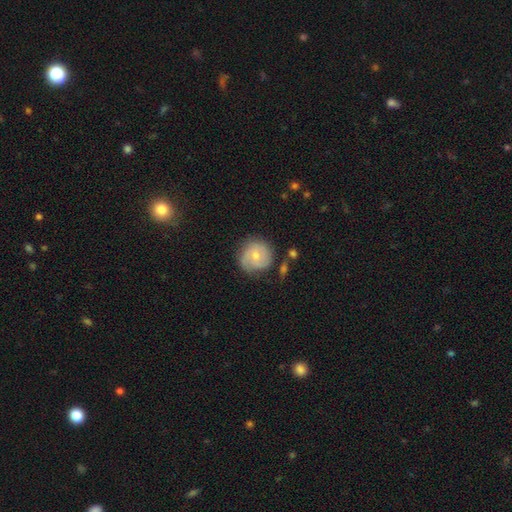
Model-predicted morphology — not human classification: Smooth or featured: featured or disk — 51% (smooth — 43%)
Edge-on disk: no — 97% (yes — 3%)
Merging: none — 67% (minor disturbance — 22%)